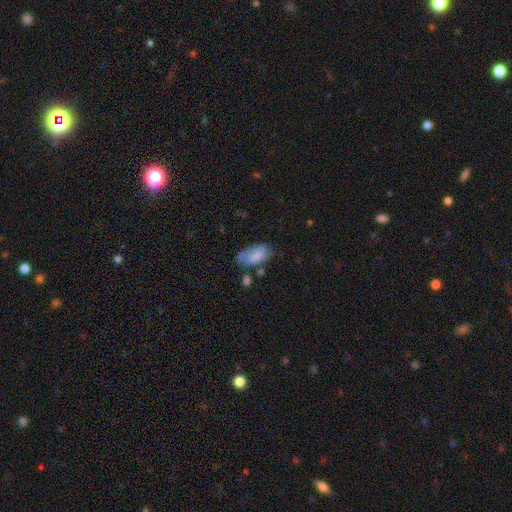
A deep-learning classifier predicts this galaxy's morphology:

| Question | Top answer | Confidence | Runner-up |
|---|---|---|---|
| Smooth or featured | smooth | 76% | featured or disk (16%) |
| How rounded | in between | 93% | cigar-shaped (3%) |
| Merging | none | 45% | minor disturbance (31%) |